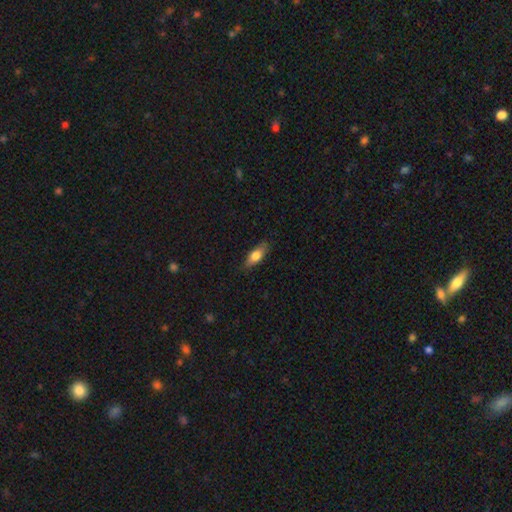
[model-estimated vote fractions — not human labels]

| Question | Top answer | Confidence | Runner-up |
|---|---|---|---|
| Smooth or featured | smooth | 71% | featured or disk (22%) |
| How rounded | in between | 68% | cigar-shaped (29%) |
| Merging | none | 81% | minor disturbance (15%) |